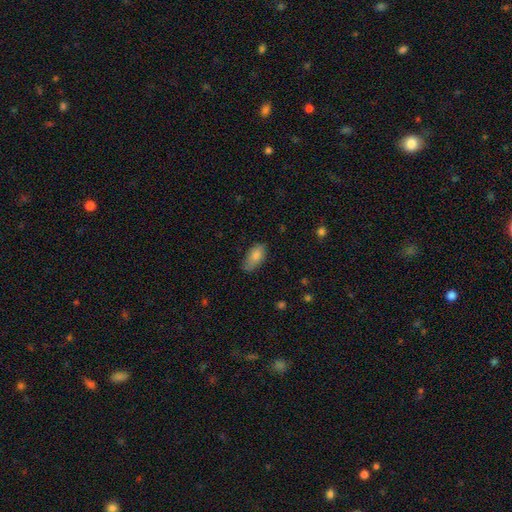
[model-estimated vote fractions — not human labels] Smooth or featured?
  - smooth: 83% *
  - featured or disk: 10%
  - star or artifact: 7%
How rounded?
  - in between: 91% *
  - cigar-shaped: 6%
  - round: 3%
Merging?
  - none: 67% *
  - minor disturbance: 26%
  - major disturbance: 5%
  - merger: 1%